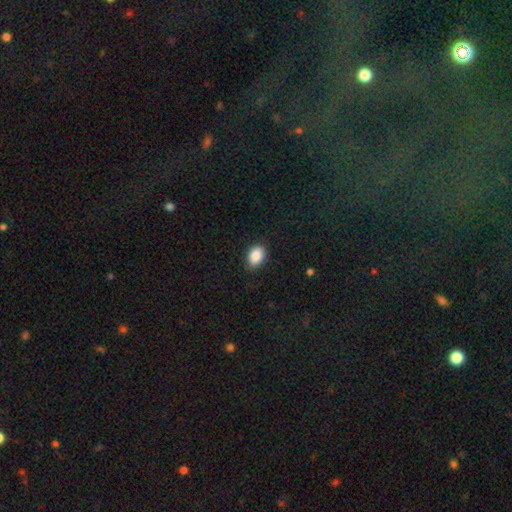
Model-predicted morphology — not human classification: Smooth or featured: smooth — 89% (star or artifact — 7%)
How rounded: in between — 86% (round — 13%)
Merging: none — 87% (minor disturbance — 10%)